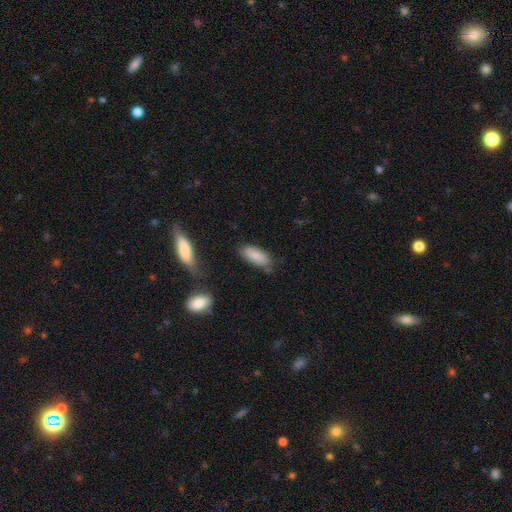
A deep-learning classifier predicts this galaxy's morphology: smooth-or-featured: smooth: 79% | featured or disk: 14% | star or artifact: 7%
  how-rounded: in between: 85% | cigar-shaped: 13% | round: 2%
  merging: none: 69% | minor disturbance: 21% | merger: 5% | major disturbance: 5%